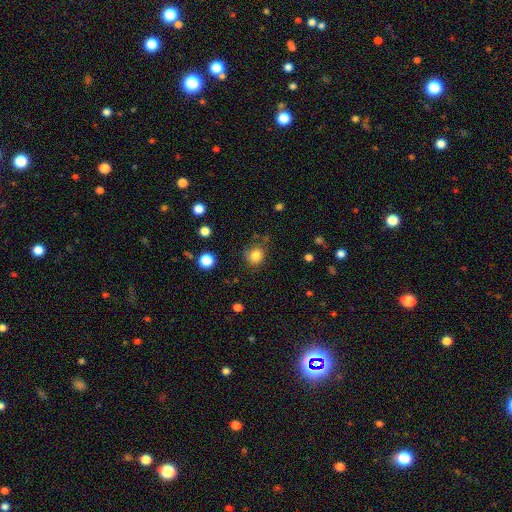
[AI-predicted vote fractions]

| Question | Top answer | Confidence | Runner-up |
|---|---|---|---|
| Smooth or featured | smooth | 83% | star or artifact (12%) |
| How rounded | round | 84% | in between (15%) |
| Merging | none | 75% | minor disturbance (17%) |